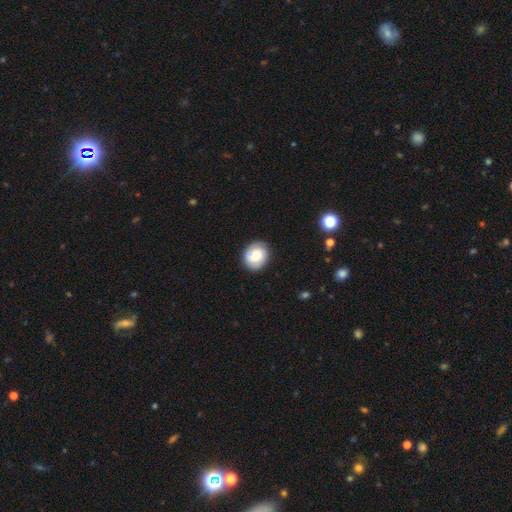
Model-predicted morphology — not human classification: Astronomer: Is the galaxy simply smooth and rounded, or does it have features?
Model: smooth — 66%.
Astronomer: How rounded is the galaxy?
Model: round — 63%.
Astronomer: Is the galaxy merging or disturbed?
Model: none — 85%.